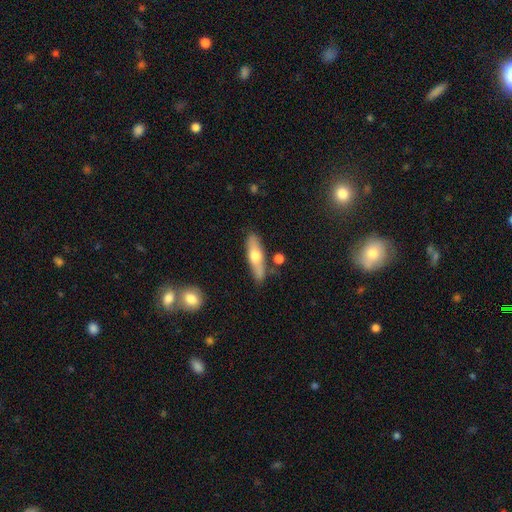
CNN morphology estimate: This is possibly a smooth galaxy (54%). How rounded: possibly cigar-shaped (57%). Merging: likely none (76%).